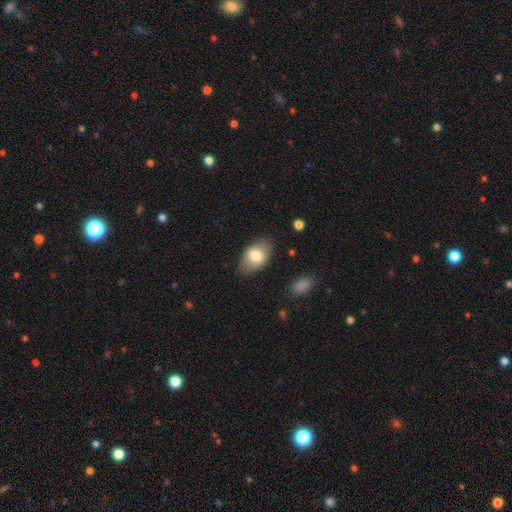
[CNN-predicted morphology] The model was most divided on "smooth or featured": smooth: 74%, featured or disk: 19%, star or artifact: 7%. More confident: how rounded — in between (90%); merging — none (83%).